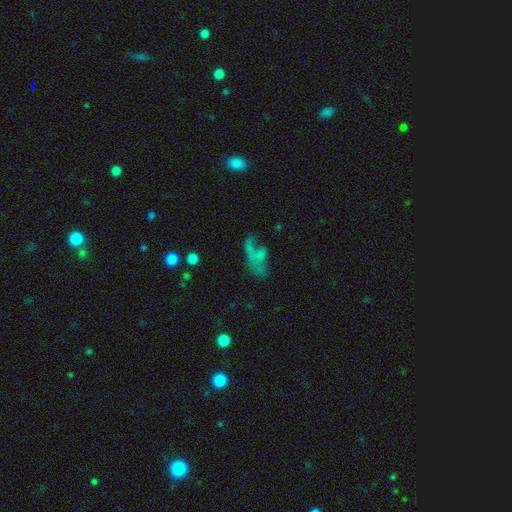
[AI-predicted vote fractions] Morphology: type=smooth (41%); merging=major disturbance (37%).